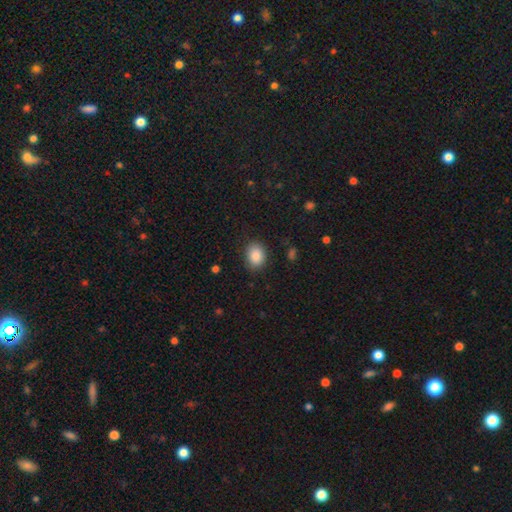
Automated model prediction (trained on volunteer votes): Overall: smooth (87%). How rounded: in between (56%; round 43%). Merging: none (86%).